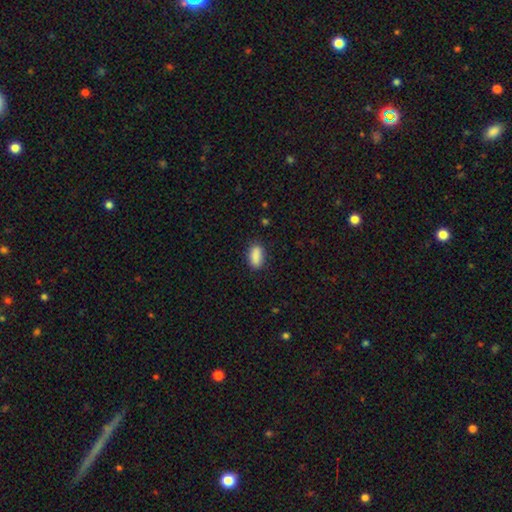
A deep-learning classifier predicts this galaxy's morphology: A smooth galaxy with no disk features (89%) that is in between round and cigar-shaped (88%).

Vote fractions:
- Smooth or featured? smooth: 89% / star or artifact: 7% / featured or disk: 3%
- How rounded? in between: 88% / cigar-shaped: 7% / round: 4%
- Merging? none: 86% / minor disturbance: 11% / major disturbance: 3% / merger: 1%